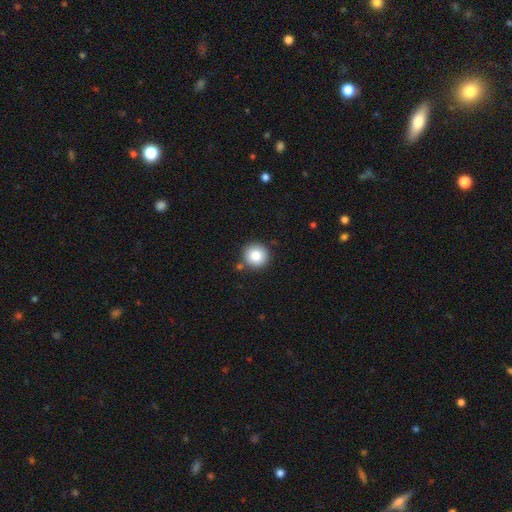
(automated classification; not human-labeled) smooth-or-featured: smooth: 85% | star or artifact: 9% | featured or disk: 6%
  how-rounded: round: 94% | in between: 5% | cigar-shaped: 1%
  merging: none: 85% | minor disturbance: 8% | merger: 4% | major disturbance: 2%